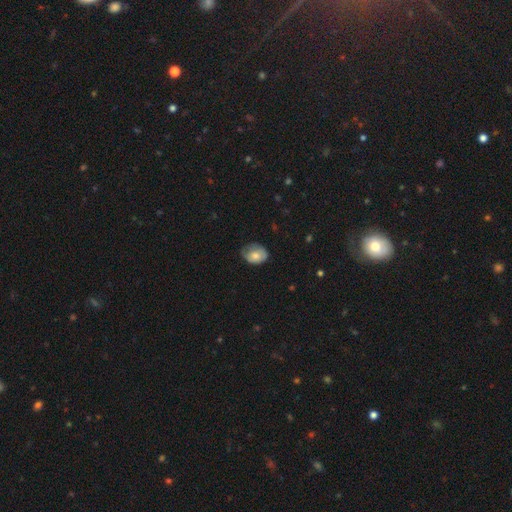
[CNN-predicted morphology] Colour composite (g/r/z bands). It shows a smooth galaxy with no disk features (71%) that is in between round and cigar-shaped (61%). Merging: none (54%).